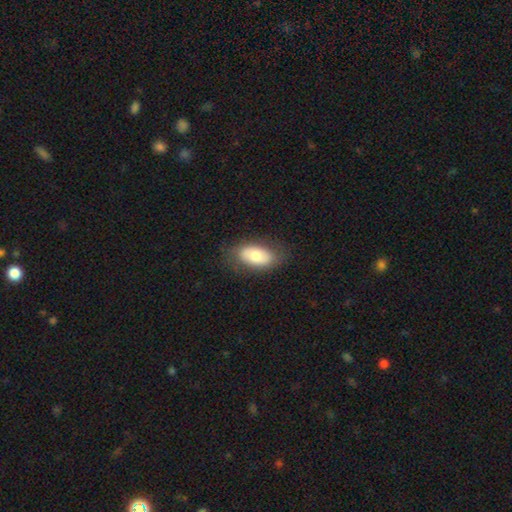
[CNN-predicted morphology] Smooth or featured? Predicted: smooth (p=0.73). How rounded? Predicted: in between (p=0.92). Merging? Predicted: none (p=0.78).